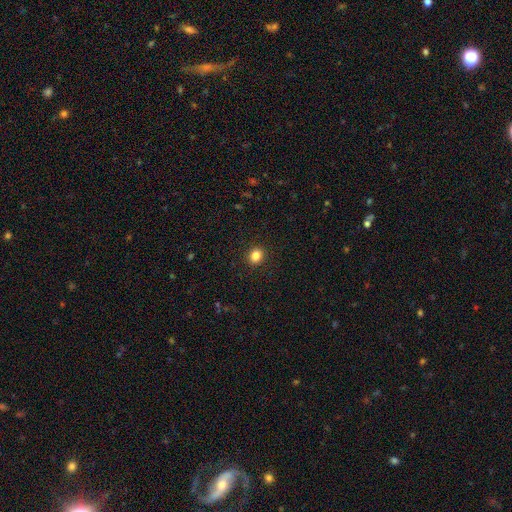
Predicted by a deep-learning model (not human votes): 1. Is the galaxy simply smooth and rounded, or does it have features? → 84% smooth, 11% star or artifact, 5% featured or disk.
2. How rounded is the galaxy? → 76% round, 24% in between, 1% cigar-shaped.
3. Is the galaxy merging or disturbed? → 92% none, 5% minor disturbance, 2% major disturbance, 1% merger.